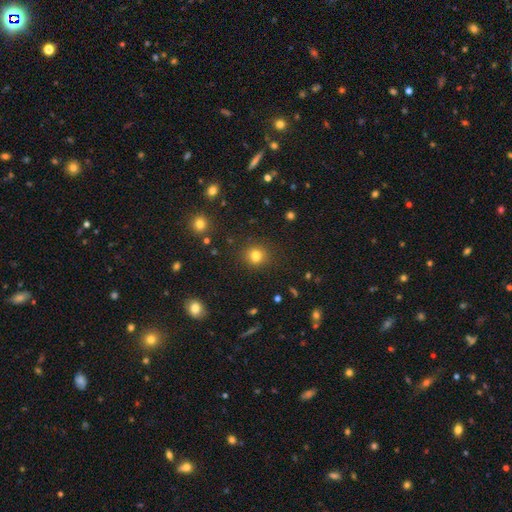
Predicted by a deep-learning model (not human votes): smooth 79%, star or artifact 15%, featured or disk 6%. Down the decision tree: how rounded — round (81%); merging — none (85%).